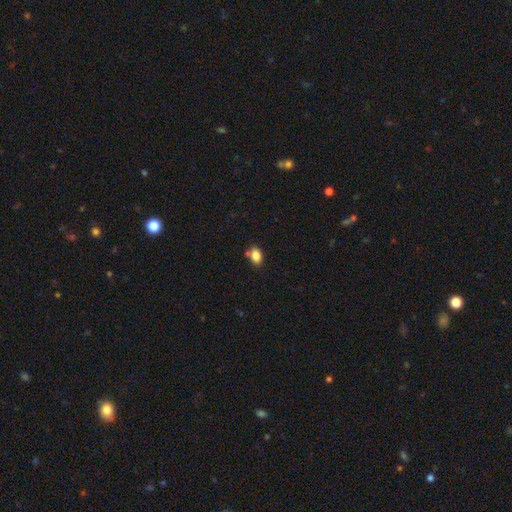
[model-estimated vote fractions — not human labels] Smooth or featured? smooth (84%)
How rounded? in between (82%)
Merging? none (67%)